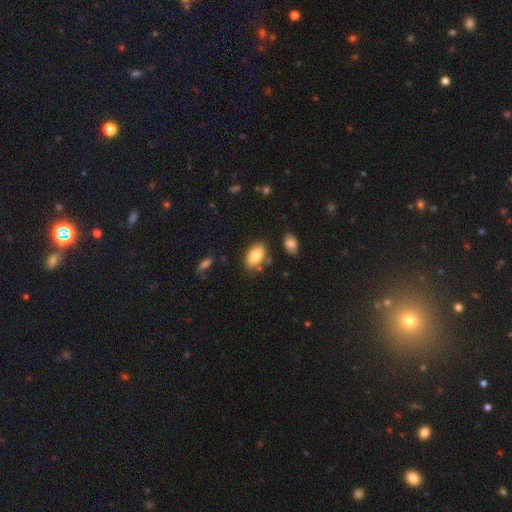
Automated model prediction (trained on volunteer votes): Smooth or featured: smooth — 82% (featured or disk — 11%)
How rounded: in between — 93% (round — 5%)
Merging: none — 76% (minor disturbance — 16%)